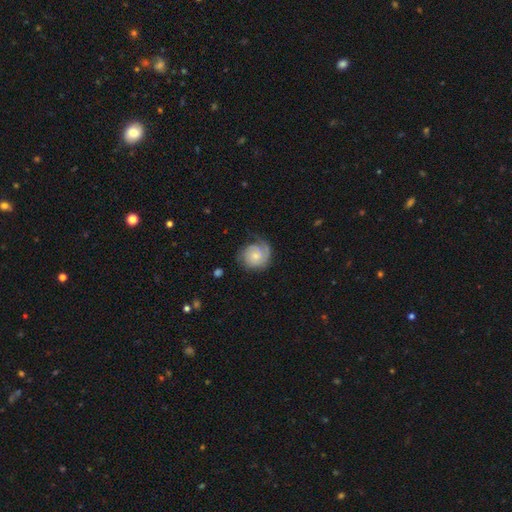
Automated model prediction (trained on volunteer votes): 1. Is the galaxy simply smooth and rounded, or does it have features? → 68% featured or disk, 26% smooth, 6% star or artifact.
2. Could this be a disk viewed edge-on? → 98% no, 2% yes.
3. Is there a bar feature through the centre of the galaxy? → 78% no, 20% weak, 3% strong.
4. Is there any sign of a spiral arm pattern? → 93% yes, 7% no.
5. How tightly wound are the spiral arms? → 63% tight, 26% medium, 11% loose.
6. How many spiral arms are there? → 37% 1, 31% 2, 19% can't tell, 9% 3, 2% 4, 2% more than 4.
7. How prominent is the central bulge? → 55% small, 37% moderate, 4% none, 3% large, 1% dominant.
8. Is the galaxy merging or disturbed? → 65% none, 22% minor disturbance, 12% major disturbance, 1% merger.